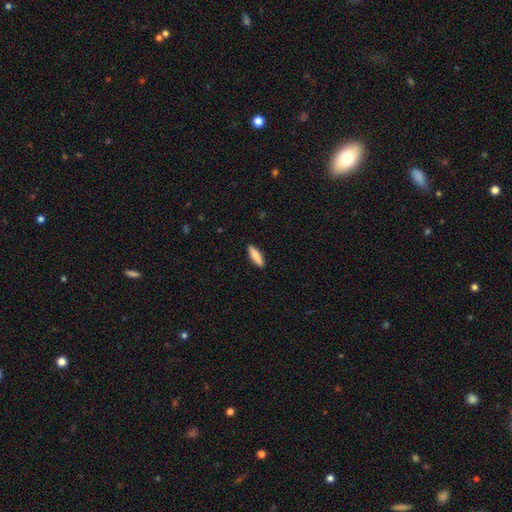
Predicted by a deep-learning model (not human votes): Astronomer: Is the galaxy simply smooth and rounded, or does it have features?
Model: smooth — 85%.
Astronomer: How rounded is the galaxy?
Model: cigar-shaped — 61% (runner-up: in between, 38%).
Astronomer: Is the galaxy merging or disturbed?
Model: none — 90%.